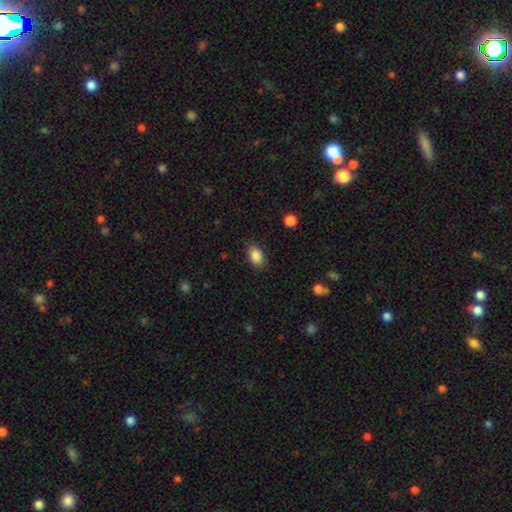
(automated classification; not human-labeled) Overall: smooth (87%). How rounded: in between (88%). Merging: none (82%).